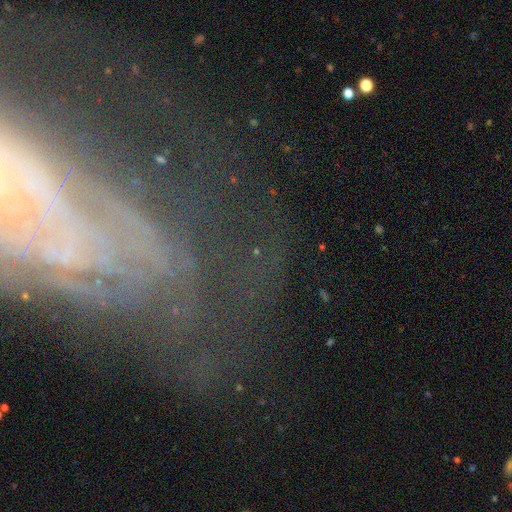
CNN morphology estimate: featured or disk 65%, star or artifact 21%, smooth 14%. Down the decision tree: edge-on disk — no (87%); bar — no (54%); spiral arms — yes (70%); bulge size — small (53%); merging — none (56%).